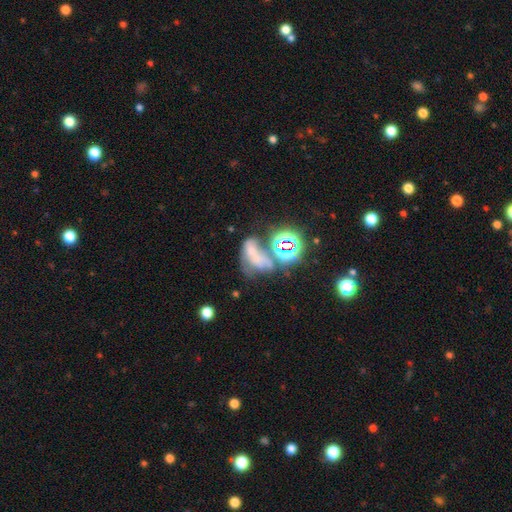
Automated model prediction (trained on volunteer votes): Q: Smooth or featured?
A: smooth (36%); runner-up: star or artifact (35%)
Q: Merging?
A: merger (43%); runner-up: major disturbance (23%)